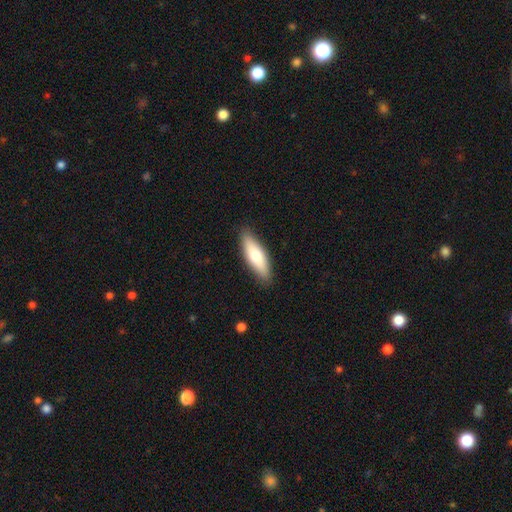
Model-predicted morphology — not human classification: A smooth galaxy with no disk features (71%) that is in between round and cigar-shaped (51%). Merging: none (87%).